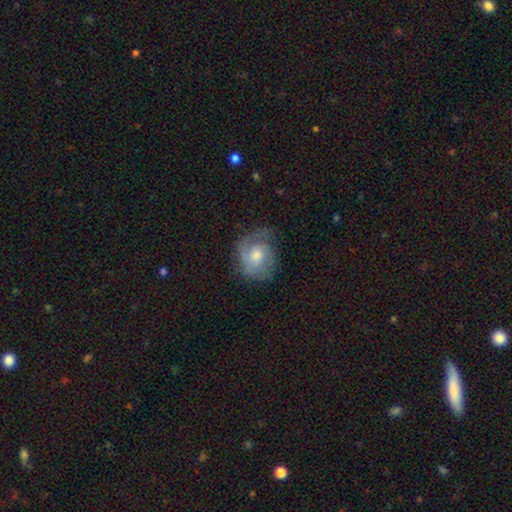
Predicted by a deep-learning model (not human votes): A featured or disk galaxy (57%) with no bar (72%), spiral arms (84%) and a moderate central bulge (59%). Merging: none (57%).